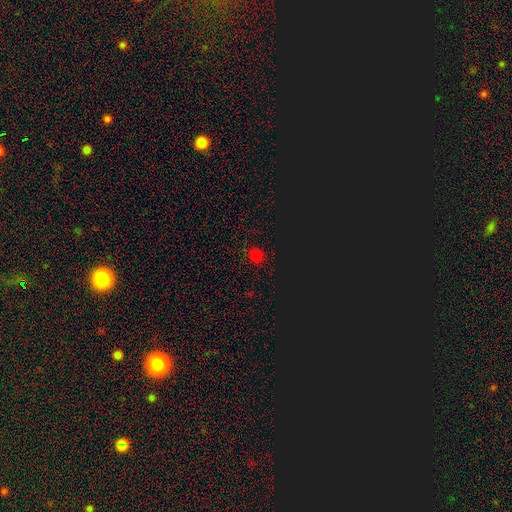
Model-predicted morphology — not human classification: This appears to be a smooth galaxy with no disk features (64%) that is round (85%). Merging: none (87%).